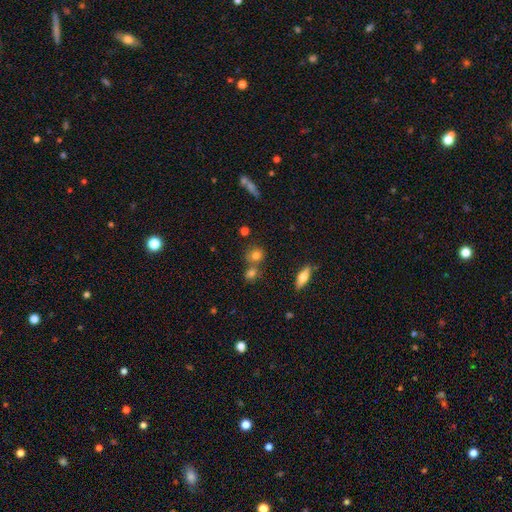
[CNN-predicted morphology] smooth 75%, star or artifact 14%, featured or disk 11%. Down the decision tree: how rounded — round (78%); merging — none (61%).